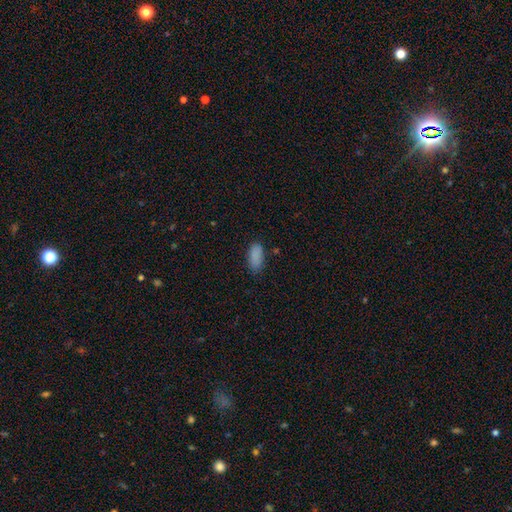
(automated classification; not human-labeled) The model was most divided on "merging": none: 79%, minor disturbance: 16%, major disturbance: 3%, merger: 2%. More confident: how rounded — in between (90%); smooth or featured — smooth (87%).